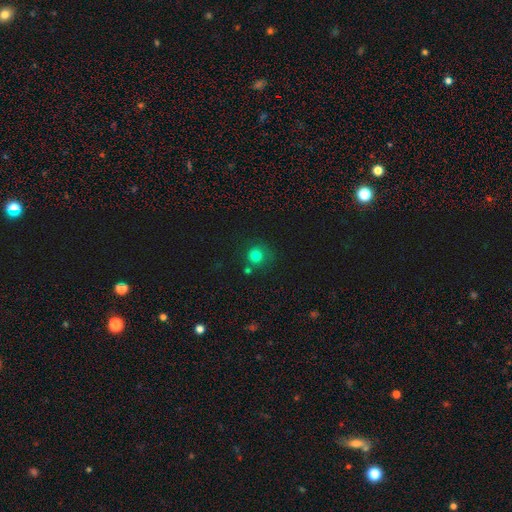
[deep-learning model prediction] smooth-or-featured: smooth: 79% | star or artifact: 14% | featured or disk: 7%
  how-rounded: round: 89% | in between: 10% | cigar-shaped: 1%
  merging: none: 63% | minor disturbance: 16% | merger: 13% | major disturbance: 8%